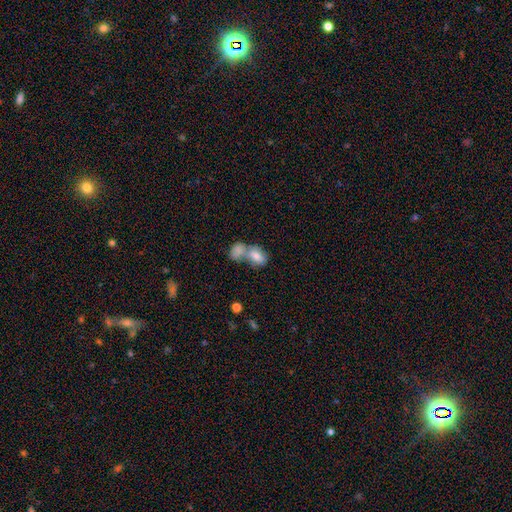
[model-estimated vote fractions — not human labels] Smooth or featured: smooth — 75% (featured or disk — 16%)
How rounded: in between — 85% (round — 12%)
Merging: merger — 68% (none — 20%)